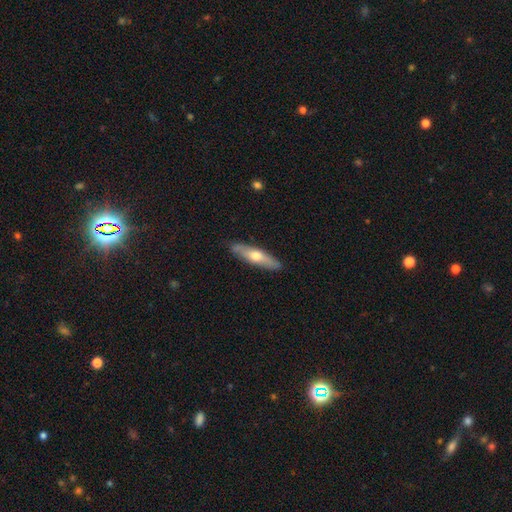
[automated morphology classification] smooth_or_featured: featured or disk (p=0.47) [tied with: smooth p=0.47]
merging: none (p=0.87) [alt: minor disturbance p=0.10]